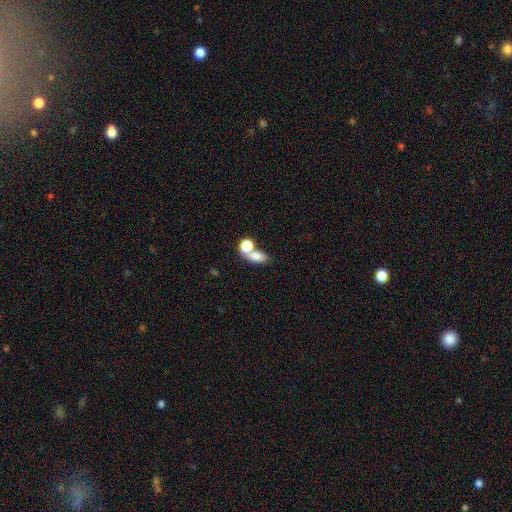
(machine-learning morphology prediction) smooth_or_featured: smooth (p=0.78) [alt: featured or disk p=0.12]
how_rounded: in between (p=0.77) [alt: round p=0.19]
merging: merger (p=0.52) [alt: none p=0.34]